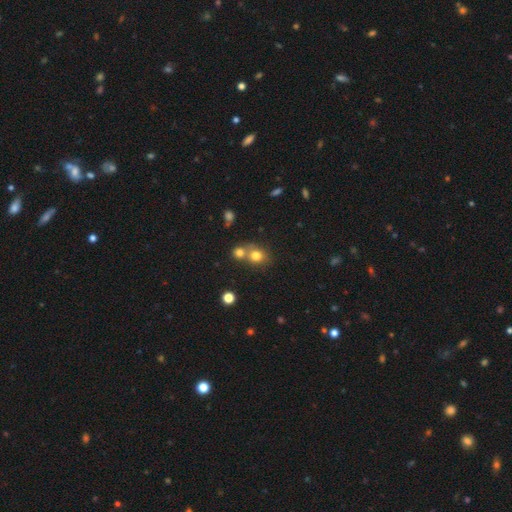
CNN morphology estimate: A smooth galaxy with no disk features (76%) that is round (77%). Merging: none (46%).